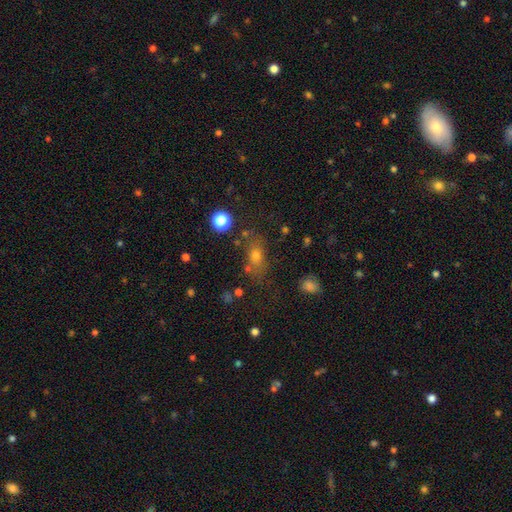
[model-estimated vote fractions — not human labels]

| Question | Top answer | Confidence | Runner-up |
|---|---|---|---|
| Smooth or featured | smooth | 64% | star or artifact (22%) |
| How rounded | in between | 60% | round (31%) |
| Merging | none | 68% | minor disturbance (16%) |